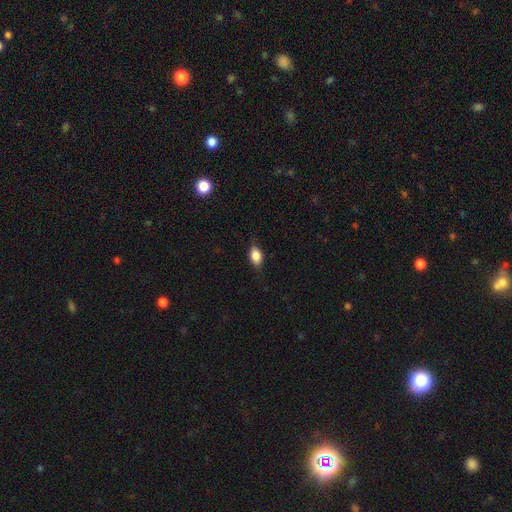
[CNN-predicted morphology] Smooth or featured?
  - smooth: 84% *
  - featured or disk: 8%
  - star or artifact: 8%
How rounded?
  - in between: 83% *
  - round: 13%
  - cigar-shaped: 4%
Merging?
  - none: 77% *
  - minor disturbance: 18%
  - major disturbance: 4%
  - merger: 1%